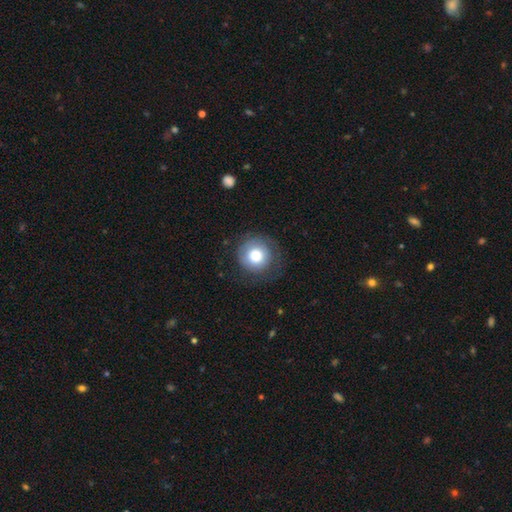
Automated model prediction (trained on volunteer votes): This appears to be a smooth galaxy with no disk features (77%) that is round (94%). Merging: none (73%).